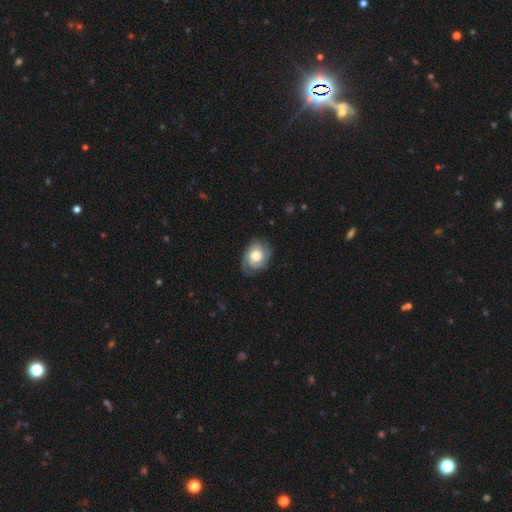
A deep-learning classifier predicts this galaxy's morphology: Smooth or featured? Predicted: featured or disk (p=0.72). Edge-on disk? Predicted: no (p=0.97). Bar? Predicted: no (p=0.79). Spiral arms? Predicted: yes (p=0.92). Spiral winding? Predicted: tight (p=0.60). Spiral arm count? Predicted: 3 (p=0.28, tied with can't tell). Bulge size? Predicted: moderate (p=0.47). Merging? Predicted: none (p=0.68).